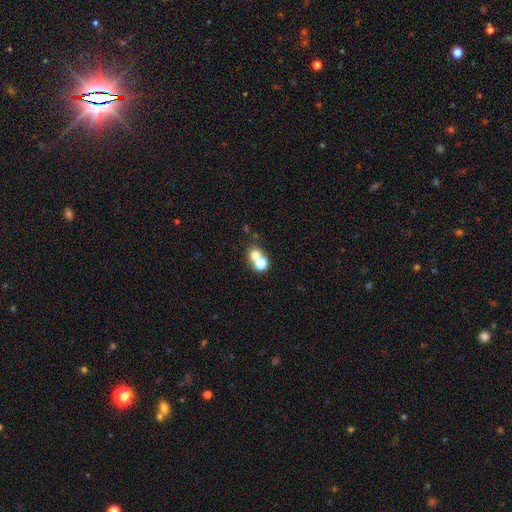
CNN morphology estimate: Smooth or featured? Predicted: smooth (p=0.70). How rounded? Predicted: round (p=0.77). Merging? Predicted: merger (p=0.55).